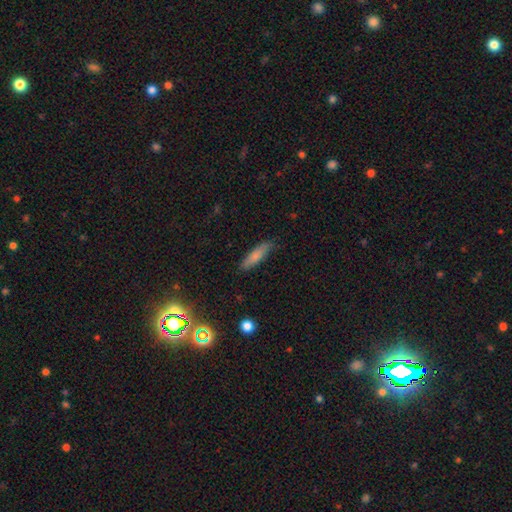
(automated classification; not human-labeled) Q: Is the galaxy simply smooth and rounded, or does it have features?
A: smooth — 76%.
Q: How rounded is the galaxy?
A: cigar-shaped — 72%.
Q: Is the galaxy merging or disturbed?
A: none — 79%.